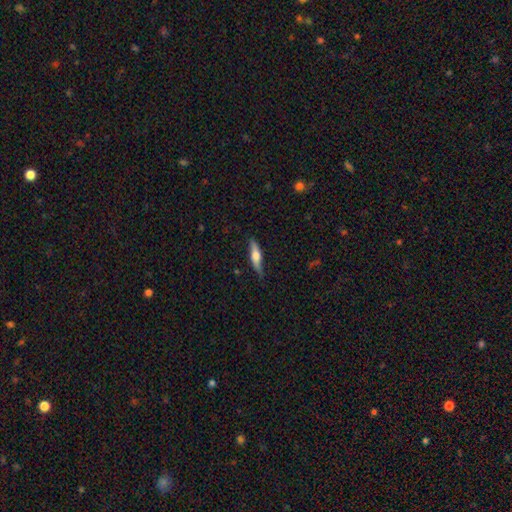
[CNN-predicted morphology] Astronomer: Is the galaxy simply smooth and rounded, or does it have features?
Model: smooth — 50% (runner-up: featured or disk, 45%).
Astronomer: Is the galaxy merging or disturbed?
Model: none — 79%.